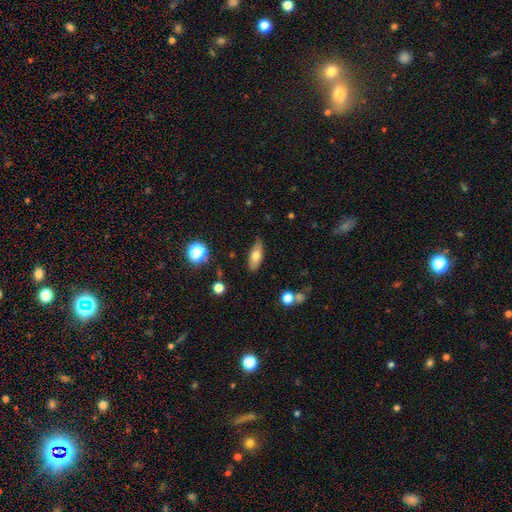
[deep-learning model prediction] Smooth or featured? Predicted: smooth (p=0.70). How rounded? Predicted: in between (p=0.79). Merging? Predicted: none (p=0.80).